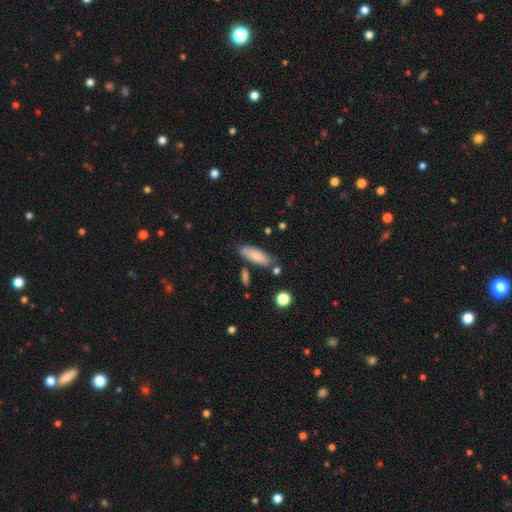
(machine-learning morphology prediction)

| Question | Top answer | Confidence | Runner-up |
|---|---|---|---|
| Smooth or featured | smooth | 82% | featured or disk (12%) |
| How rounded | in between | 62% | cigar-shaped (36%) |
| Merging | none | 76% | minor disturbance (14%) |